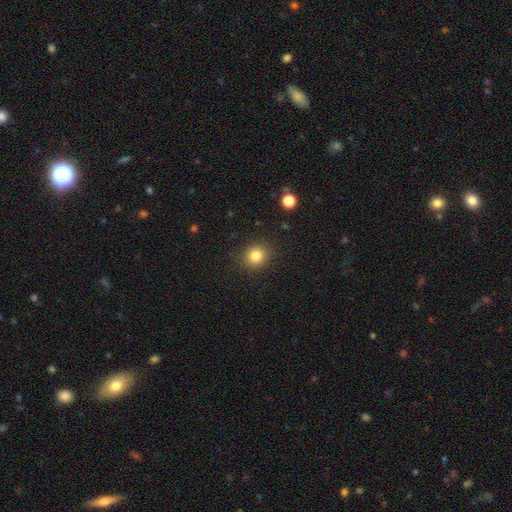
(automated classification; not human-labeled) Smooth or featured? smooth (83%)
How rounded? round (81%)
Merging? none (89%)